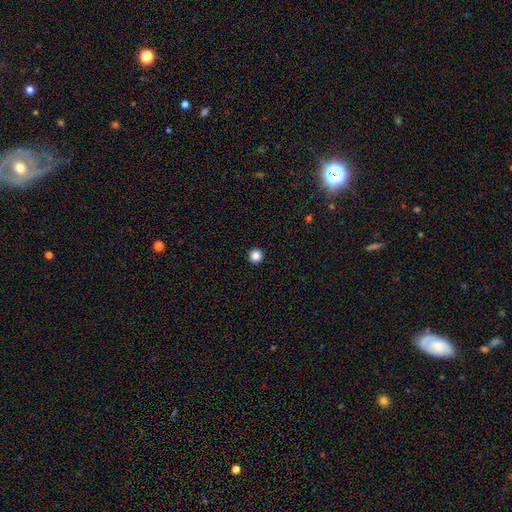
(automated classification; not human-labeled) A smooth galaxy with no disk features (85%) that is round (96%). Merging: none (94%).